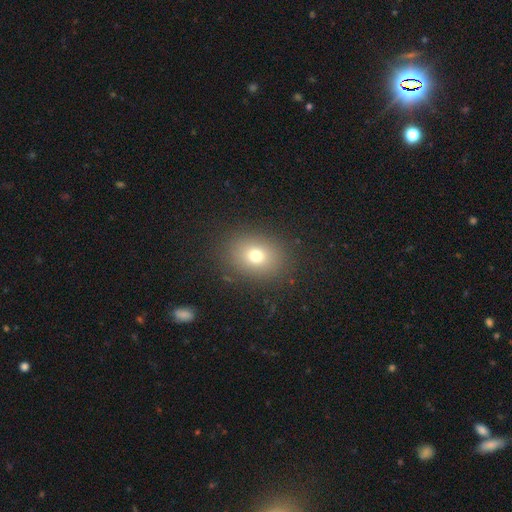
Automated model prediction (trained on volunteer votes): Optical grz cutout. It shows a smooth galaxy with no disk features (73%) that is round (50%). Merging: none (87%).